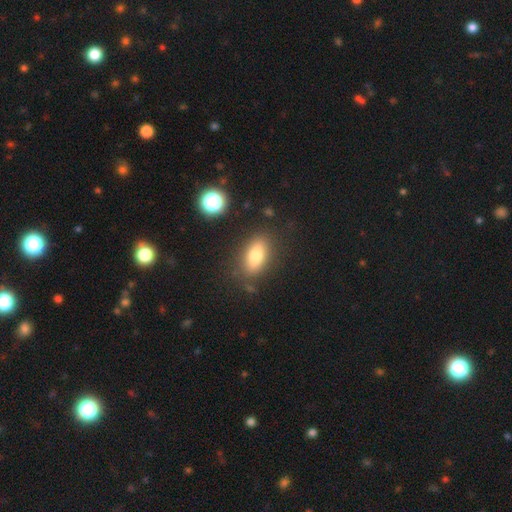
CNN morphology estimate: Smooth or featured? smooth (76%)
How rounded? in between (82%)
Merging? none (81%)